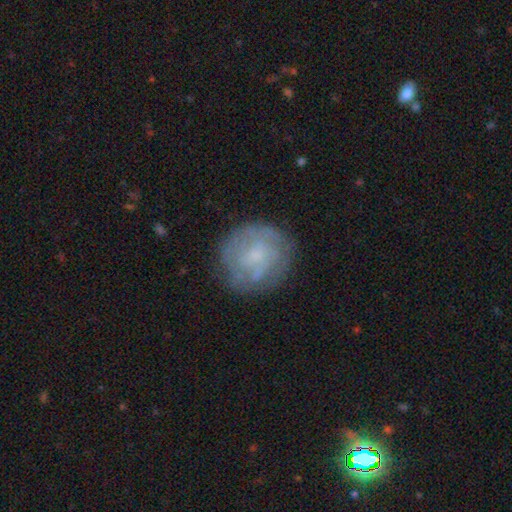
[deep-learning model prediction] Morphology: type=featured or disk (55%); edge-on=no (98%); bar=no (68%); spiral arms=yes (67%); bulge=small (44%); merging=none (77%).